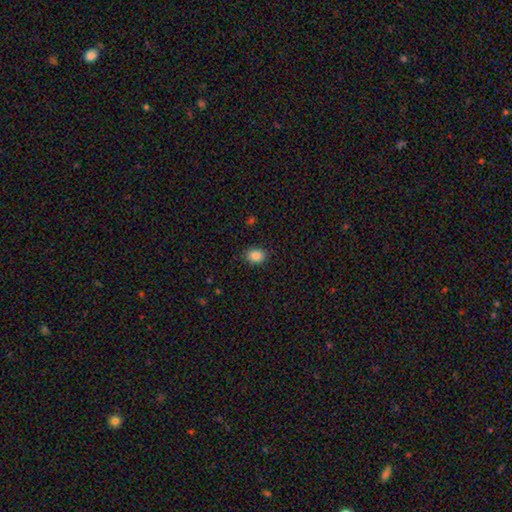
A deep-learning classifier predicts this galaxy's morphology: Smooth or featured? smooth (86%)
How rounded? in between (55%)
Merging? none (88%)